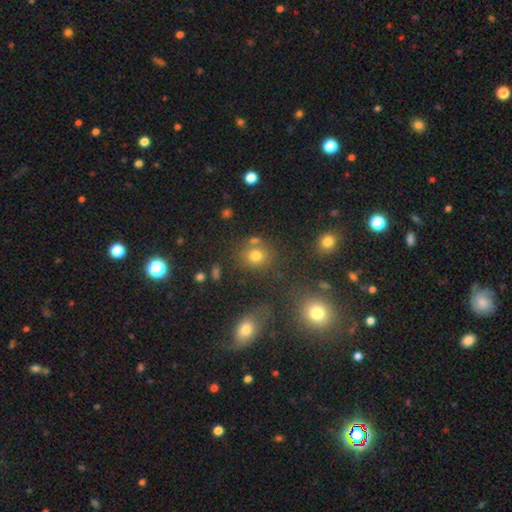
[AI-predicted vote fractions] smooth 73%, star or artifact 18%, featured or disk 9%. Down the decision tree: how rounded — round (76%); merging — none (69%).